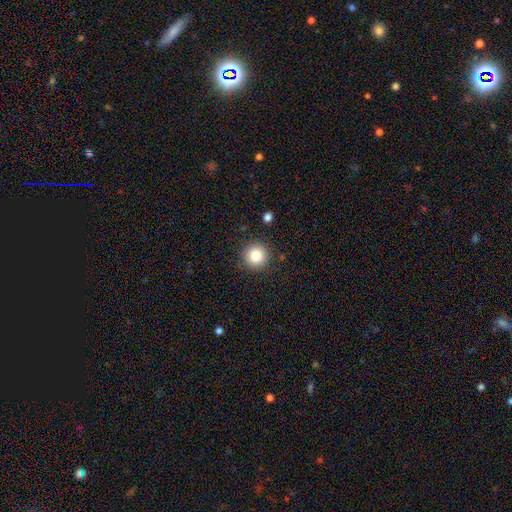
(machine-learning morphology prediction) Smooth or featured: smooth — 83% (star or artifact — 10%)
How rounded: round — 95% (in between — 4%)
Merging: none — 89% (minor disturbance — 7%)